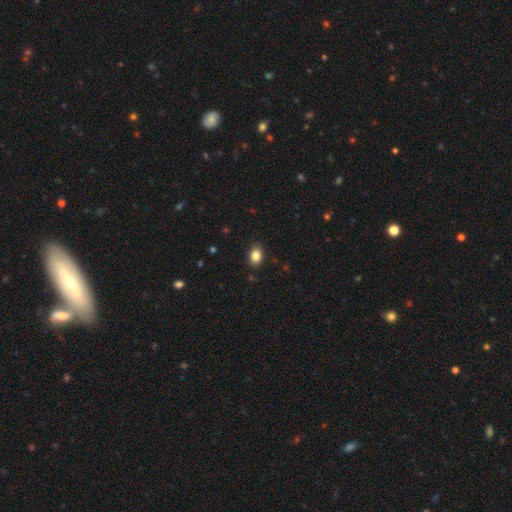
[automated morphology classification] This appears to be a smooth galaxy with no disk features (85%) that is in between round and cigar-shaped (72%). Merging: none (87%).